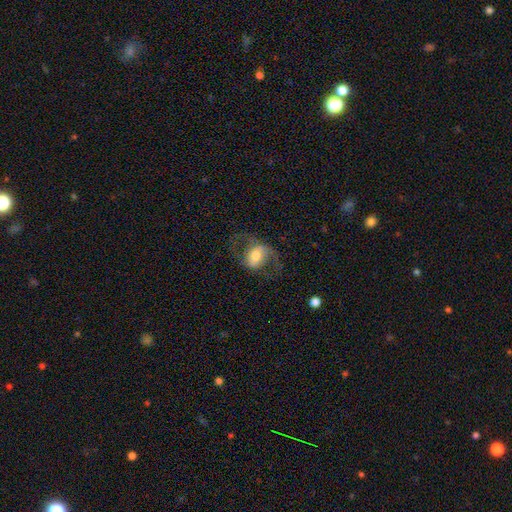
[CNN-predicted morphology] Q: Smooth or featured?
A: featured or disk (62%); runner-up: smooth (31%)
Q: Edge-on disk?
A: no (95%); runner-up: yes (5%)
Q: Bar?
A: weak (37%); runner-up: no (34%)
Q: Spiral arms?
A: yes (74%); runner-up: no (26%)
Q: Bulge size?
A: moderate (62%); runner-up: large (17%)
Q: Merging?
A: none (62%); runner-up: major disturbance (20%)